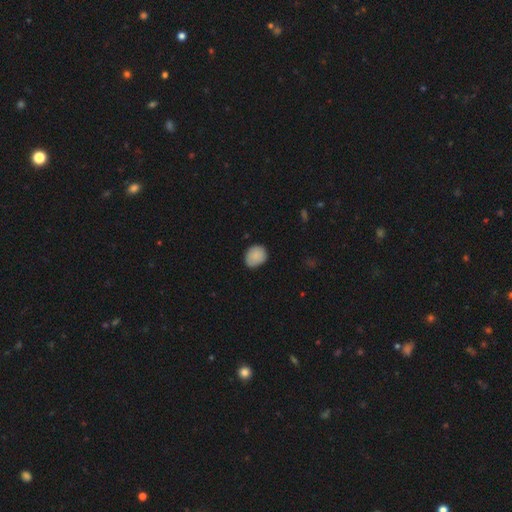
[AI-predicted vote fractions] The model was most divided on "how rounded": round: 55%, in between: 45%, cigar-shaped: 1%. More confident: smooth or featured — smooth (86%); merging — none (76%).